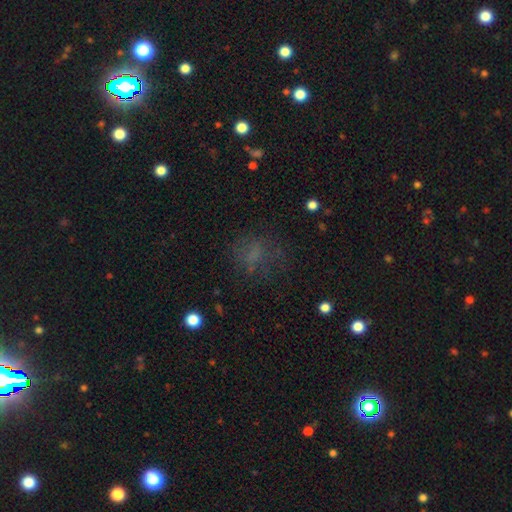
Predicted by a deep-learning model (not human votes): Smooth or featured?
  - smooth: 49% *
  - star or artifact: 34%
  - featured or disk: 17%
Merging?
  - none: 68% *
  - minor disturbance: 15%
  - major disturbance: 14%
  - merger: 2%